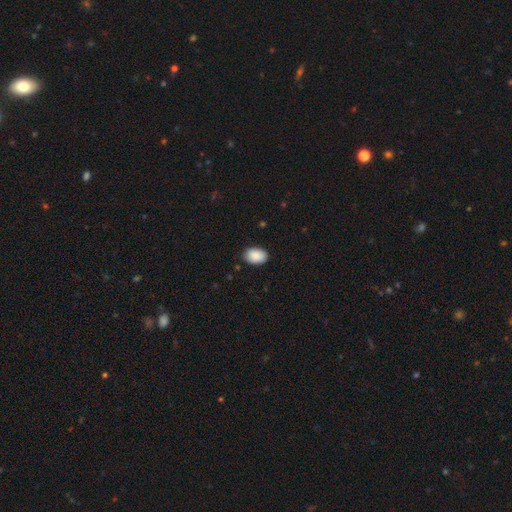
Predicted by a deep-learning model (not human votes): Morphology: type=smooth (90%); roundness=in between (87%); merging=none (88%).